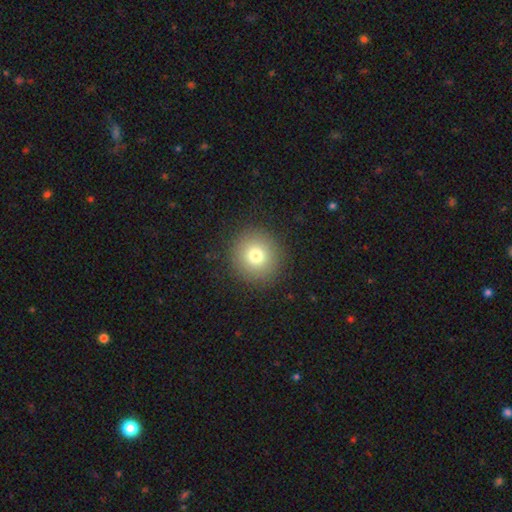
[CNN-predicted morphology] A smooth galaxy with no disk features (77%) that is round (94%).

Vote fractions:
- Smooth or featured? smooth: 77% / star or artifact: 12% / featured or disk: 10%
- How rounded? round: 94% / in between: 5% / cigar-shaped: 1%
- Merging? none: 91% / minor disturbance: 6% / major disturbance: 3% / merger: 1%